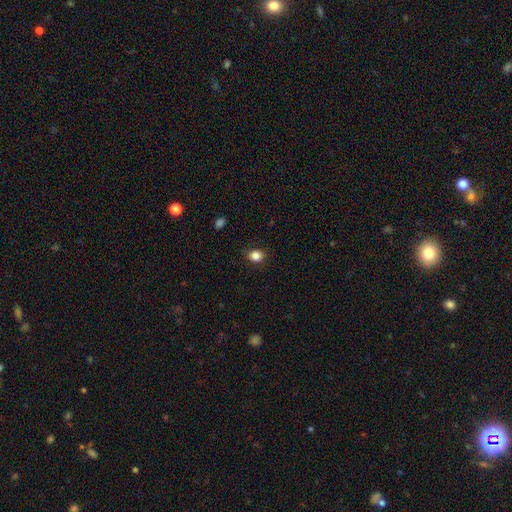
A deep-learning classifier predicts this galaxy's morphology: Smooth or featured: smooth — 85% (star or artifact — 11%)
How rounded: round — 56% (in between — 43%)
Merging: none — 87% (minor disturbance — 9%)